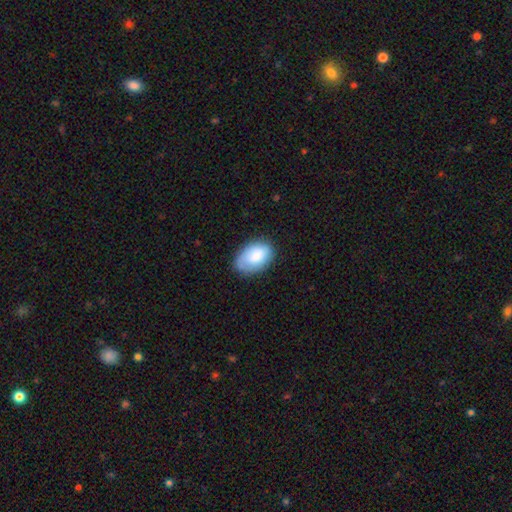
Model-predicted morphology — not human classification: Q: Smooth or featured?
A: smooth (81%); runner-up: featured or disk (13%)
Q: How rounded?
A: in between (90%); runner-up: round (9%)
Q: Merging?
A: none (73%); runner-up: minor disturbance (21%)